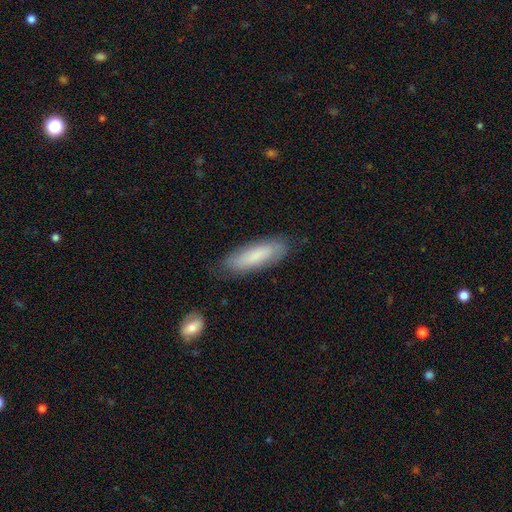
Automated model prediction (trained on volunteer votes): A smooth galaxy with no disk features (75%) that is cigar-shaped (50%).

Vote fractions:
- Smooth or featured? smooth: 75% / featured or disk: 19% / star or artifact: 6%
- How rounded? cigar-shaped: 50% / in between: 48% / round: 2%
- Merging? none: 81% / minor disturbance: 14% / major disturbance: 3% / merger: 2%